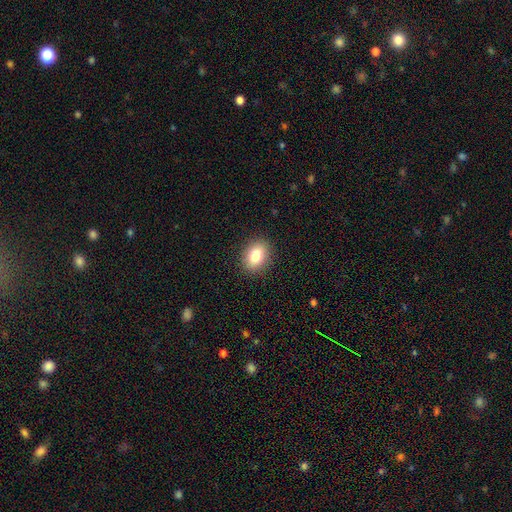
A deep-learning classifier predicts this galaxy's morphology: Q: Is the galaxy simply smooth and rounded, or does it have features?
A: smooth — 82%.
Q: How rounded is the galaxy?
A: in between — 73%.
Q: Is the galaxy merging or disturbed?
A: none — 89%.